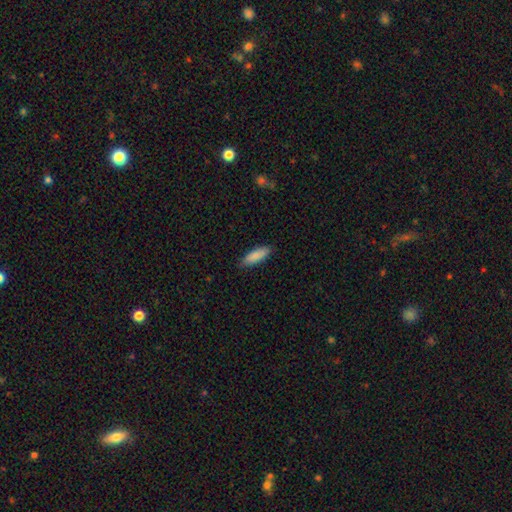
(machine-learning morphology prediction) Smooth or featured? smooth (88%)
How rounded? in between (60%)
Merging? none (85%)